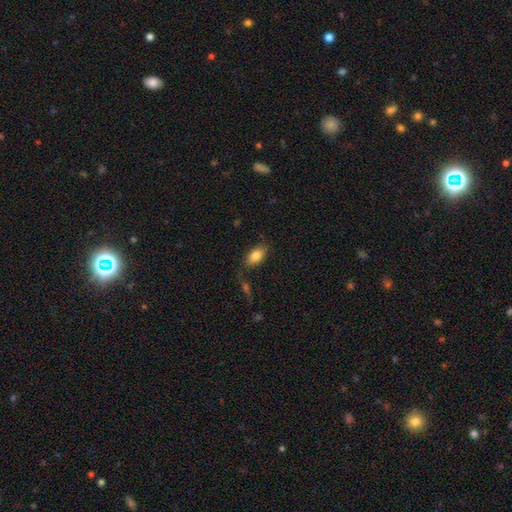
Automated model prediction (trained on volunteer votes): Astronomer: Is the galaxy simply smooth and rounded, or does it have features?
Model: smooth — 82%.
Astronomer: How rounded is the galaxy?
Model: in between — 90%.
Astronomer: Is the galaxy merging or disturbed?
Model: none — 72%.